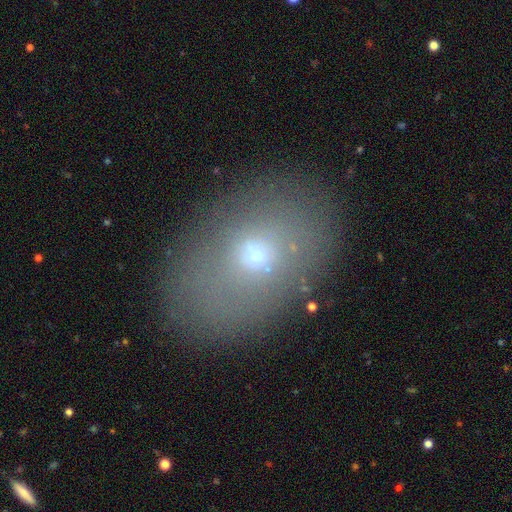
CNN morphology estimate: type=smooth (53%); roundness=in between (80%); merging=none (72%).